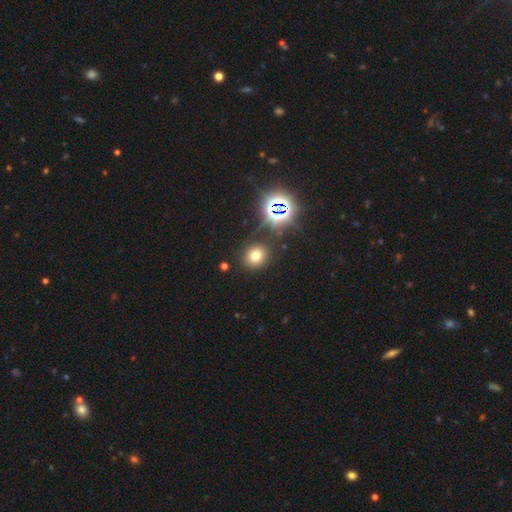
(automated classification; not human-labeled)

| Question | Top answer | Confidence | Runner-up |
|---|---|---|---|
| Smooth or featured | smooth | 66% | star or artifact (24%) |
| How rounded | round | 77% | in between (22%) |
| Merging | none | 86% | minor disturbance (8%) |